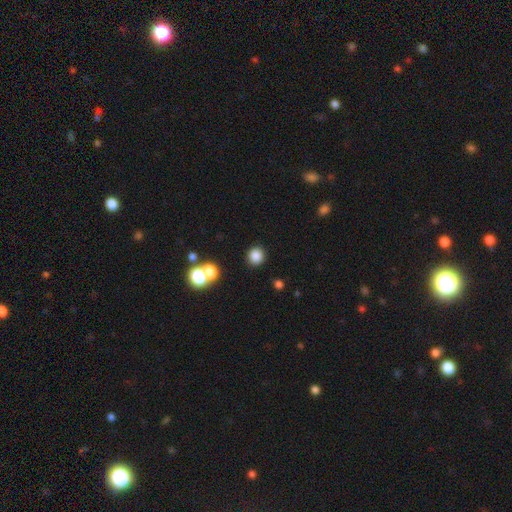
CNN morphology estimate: This is clearly a smooth galaxy (82%). How rounded: clearly round (89%). Merging: clearly none (86%).